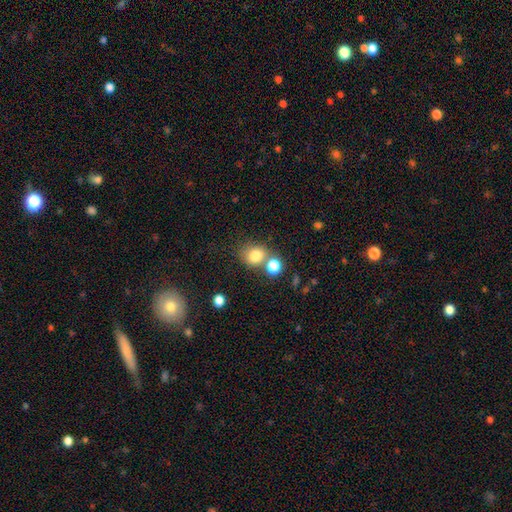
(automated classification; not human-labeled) Smooth or featured? smooth (79%)
How rounded? round (67%)
Merging? none (54%)